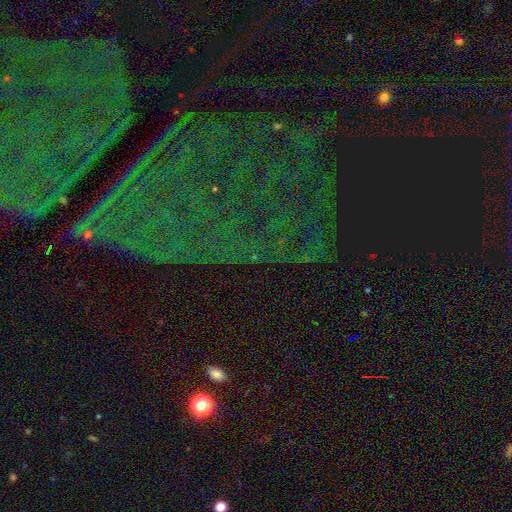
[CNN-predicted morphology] star or artifact 77%, featured or disk 13%, smooth 11%.